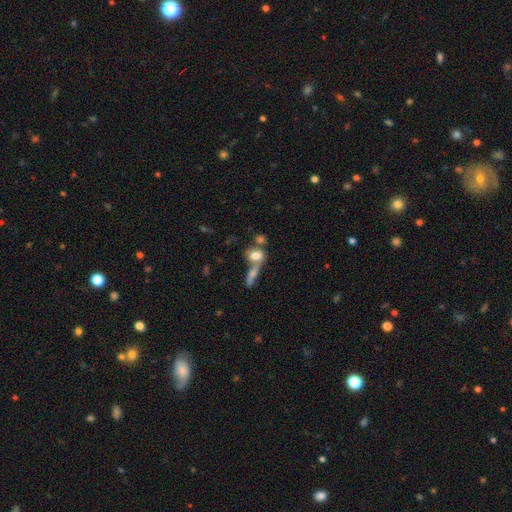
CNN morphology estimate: Smooth or featured?
  - smooth: 71% *
  - featured or disk: 18%
  - star or artifact: 11%
How rounded?
  - in between: 59% *
  - round: 34%
  - cigar-shaped: 8%
Merging?
  - merger: 56% *
  - none: 28%
  - minor disturbance: 9%
  - major disturbance: 7%